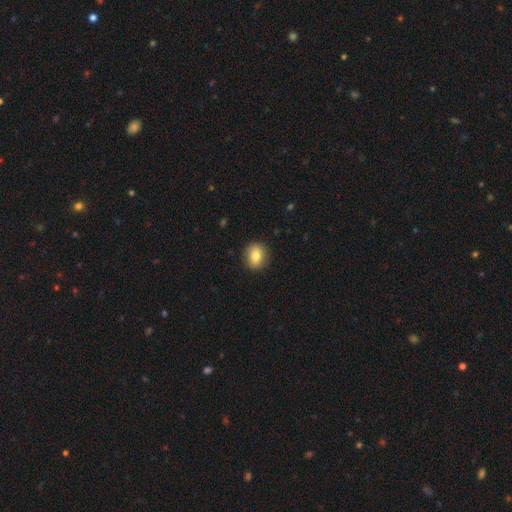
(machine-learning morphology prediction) smooth-or-featured: smooth: 80% | featured or disk: 12% | star or artifact: 9%
  how-rounded: round: 68% | in between: 31% | cigar-shaped: 1%
  merging: none: 89% | minor disturbance: 8% | major disturbance: 2% | merger: 1%